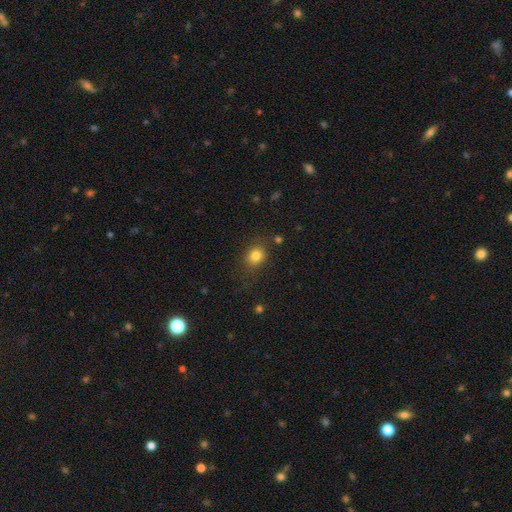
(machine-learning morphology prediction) Smooth or featured?
  - smooth: 82% *
  - star or artifact: 12%
  - featured or disk: 7%
How rounded?
  - round: 60% *
  - in between: 39%
  - cigar-shaped: 1%
Merging?
  - none: 78% *
  - minor disturbance: 14%
  - major disturbance: 5%
  - merger: 3%